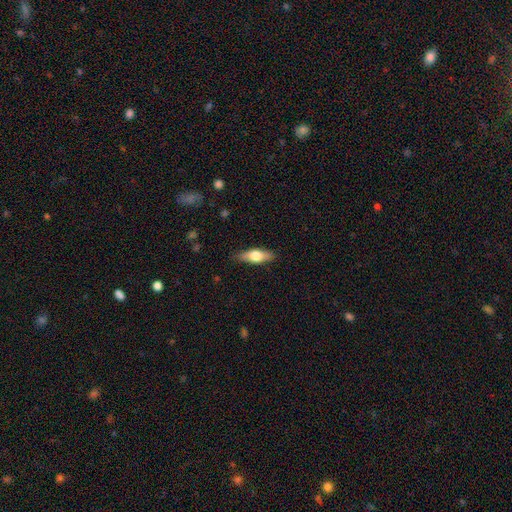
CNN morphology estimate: type=smooth (60%); roundness=in between (60%); merging=none (84%).